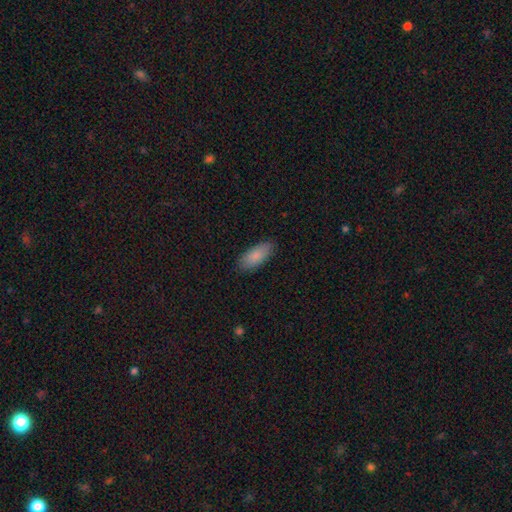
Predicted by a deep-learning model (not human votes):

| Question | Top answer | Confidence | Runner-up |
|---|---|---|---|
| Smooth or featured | smooth | 87% | featured or disk (7%) |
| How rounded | in between | 83% | cigar-shaped (15%) |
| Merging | none | 86% | minor disturbance (11%) |